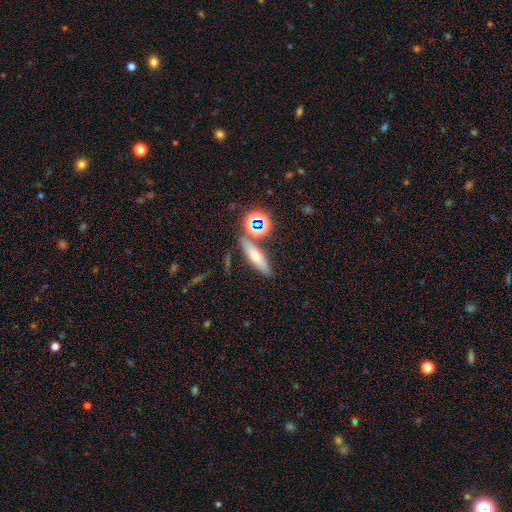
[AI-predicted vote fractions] A smooth galaxy with no disk features (52%) that is cigar-shaped (58%). Merging: none (78%).